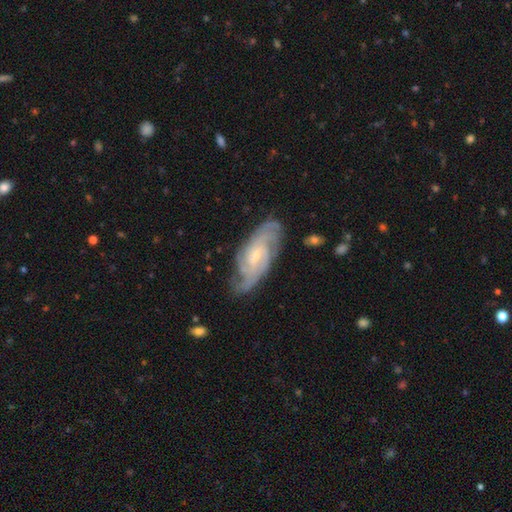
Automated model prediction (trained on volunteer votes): Morphology: type=featured or disk (86%); edge-on=no (94%); bar=no (55%); spiral arms=yes (97%); winding=tight (63%); arm count=3 (24%, tied with can't tell); bulge=small (65%); merging=none (78%).